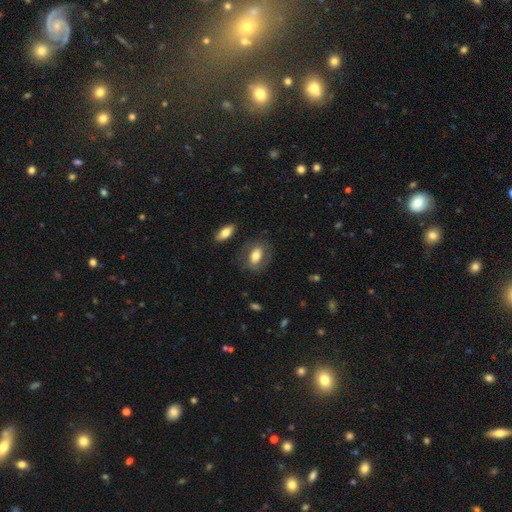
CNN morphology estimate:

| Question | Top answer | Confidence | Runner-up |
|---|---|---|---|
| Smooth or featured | smooth | 63% | featured or disk (30%) |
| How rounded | in between | 83% | round (13%) |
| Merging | none | 75% | minor disturbance (15%) |